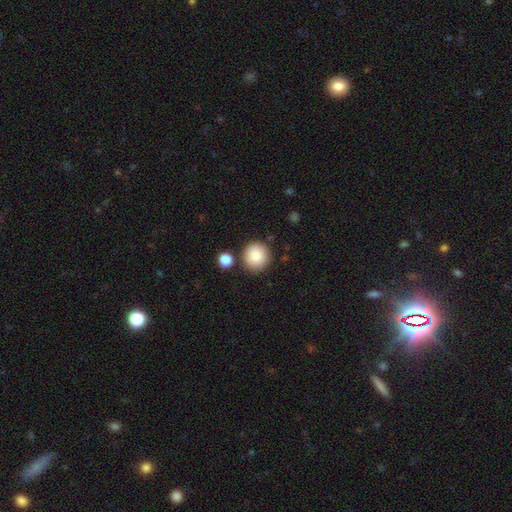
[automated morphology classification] smooth 87%, star or artifact 8%, featured or disk 5%. Down the decision tree: how rounded — round (91%); merging — none (82%).